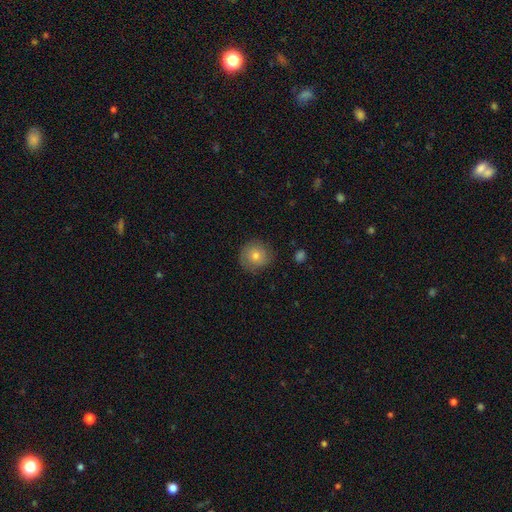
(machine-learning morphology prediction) A smooth galaxy with no disk features (68%) that is round (92%).

Vote fractions:
- Smooth or featured? smooth: 68% / featured or disk: 21% / star or artifact: 11%
- How rounded? round: 92% / in between: 7% / cigar-shaped: 1%
- Merging? none: 83% / minor disturbance: 13% / major disturbance: 3% / merger: 1%